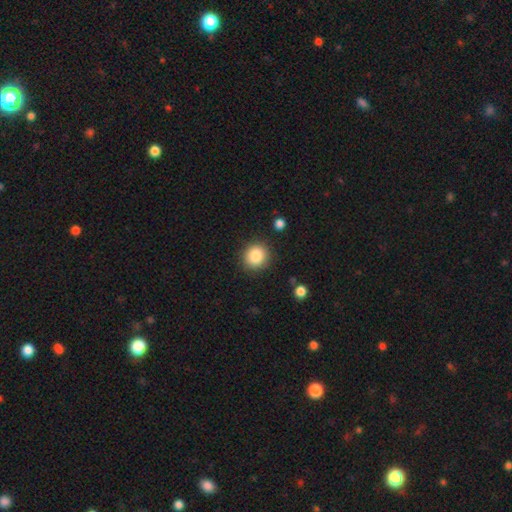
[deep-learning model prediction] smooth_or_featured: smooth (p=0.85) [alt: star or artifact p=0.10]
how_rounded: round (p=0.87) [alt: in between p=0.12]
merging: none (p=0.88) [alt: minor disturbance p=0.08]